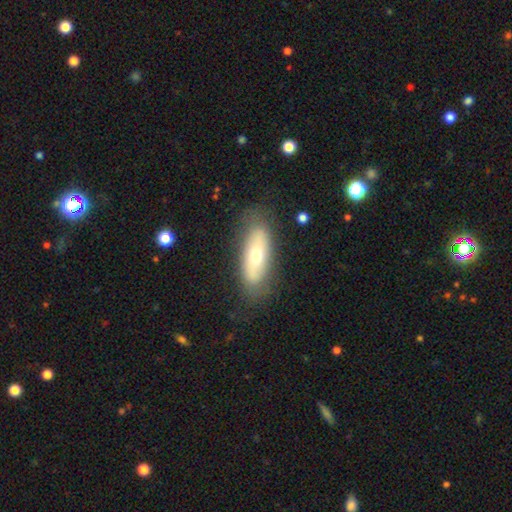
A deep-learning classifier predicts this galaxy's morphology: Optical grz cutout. It shows a smooth galaxy with no disk features (51%) that is in between round and cigar-shaped (70%). Merging: none (81%).